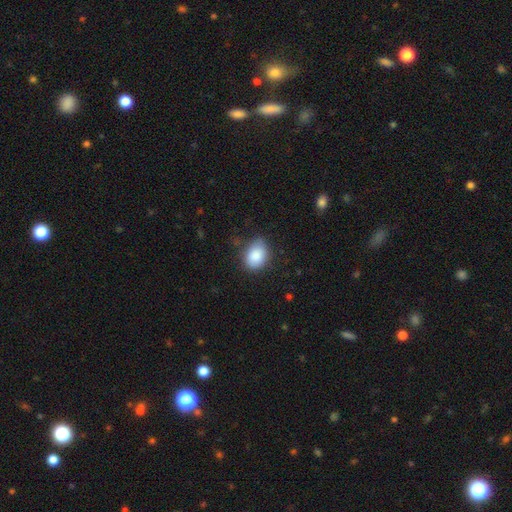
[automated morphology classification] type=smooth (87%); roundness=in between (73%); merging=none (73%).